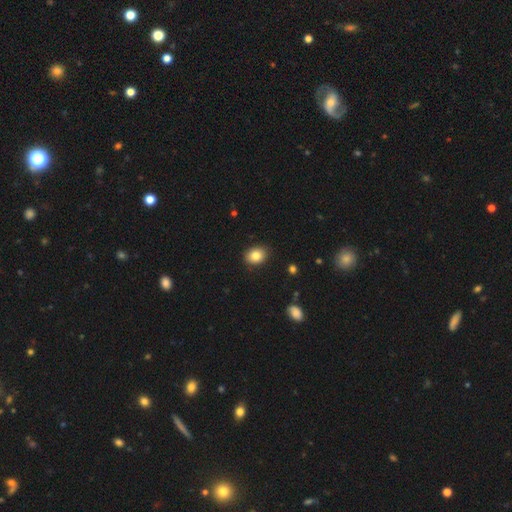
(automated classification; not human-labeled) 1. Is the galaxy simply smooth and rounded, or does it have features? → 84% smooth, 9% star or artifact, 7% featured or disk.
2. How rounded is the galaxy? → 62% in between, 37% round, 1% cigar-shaped.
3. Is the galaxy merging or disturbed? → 87% none, 10% minor disturbance, 2% major disturbance, 1% merger.